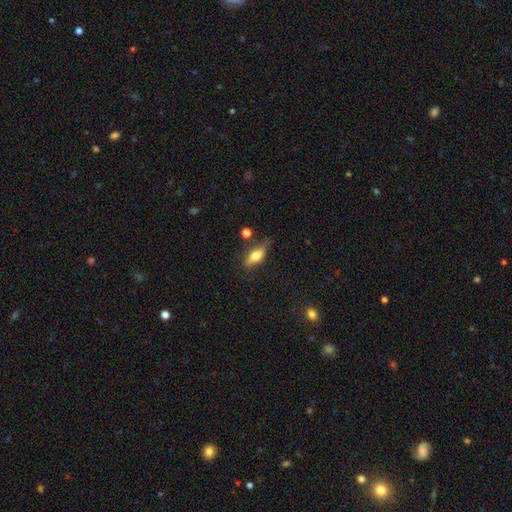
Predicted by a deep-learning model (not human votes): Smooth or featured: smooth — 60% (featured or disk — 33%)
How rounded: in between — 66% (cigar-shaped — 29%)
Merging: none — 64% (minor disturbance — 24%)